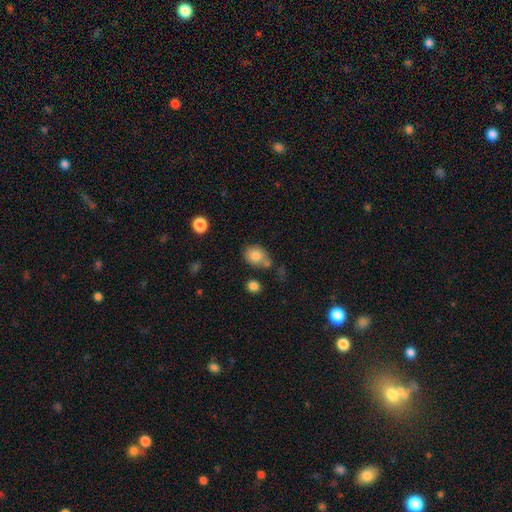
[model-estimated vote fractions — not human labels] Smooth or featured? smooth (82%)
How rounded? round (55%)
Merging? none (57%)